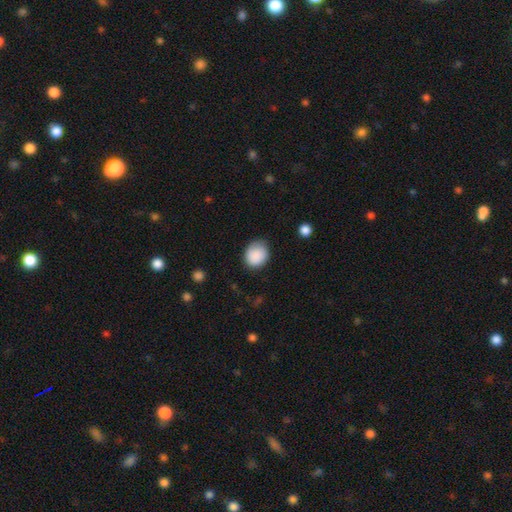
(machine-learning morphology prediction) A smooth galaxy with no disk features (89%) that is round (66%).

Vote fractions:
- Smooth or featured? smooth: 89% / star or artifact: 7% / featured or disk: 4%
- How rounded? round: 66% / in between: 33% / cigar-shaped: 1%
- Merging? none: 75% / minor disturbance: 19% / major disturbance: 5% / merger: 1%